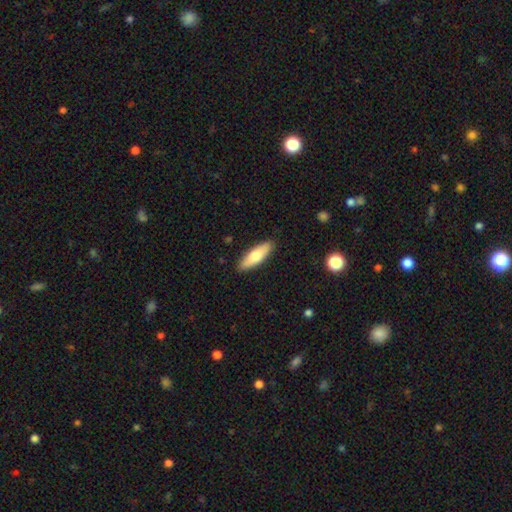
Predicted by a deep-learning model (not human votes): A smooth galaxy with no disk features (70%) that is in between round and cigar-shaped (52%). Merging: none (90%).